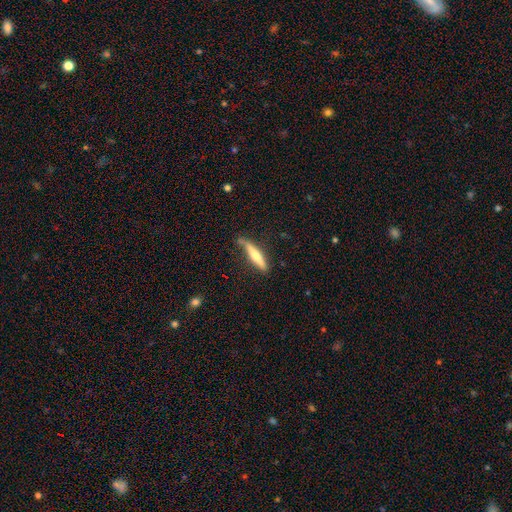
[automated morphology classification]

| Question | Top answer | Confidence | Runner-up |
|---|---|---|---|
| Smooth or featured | smooth | 56% | featured or disk (38%) |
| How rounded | cigar-shaped | 90% | in between (8%) |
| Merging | none | 67% | minor disturbance (24%) |